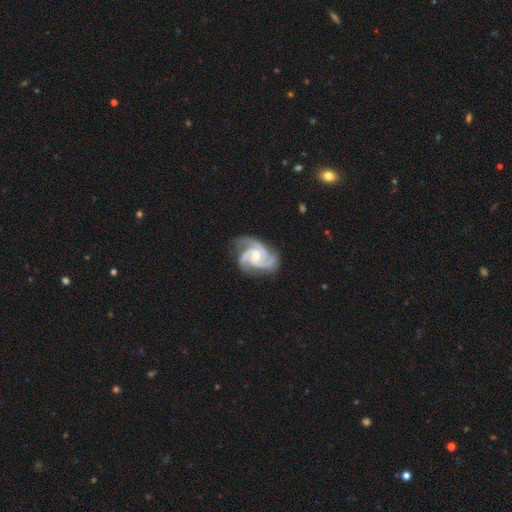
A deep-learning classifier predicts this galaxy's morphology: Smooth or featured: featured or disk — 94% (star or artifact — 3%)
Edge-on disk: no — 98% (yes — 2%)
Bar: no — 65% (weak — 26%)
Spiral arms: yes — 99% (no — 1%)
Spiral winding: tight — 48% (medium — 46%)
Spiral arm count: 3 — 75% (2 — 9%)
Bulge size: moderate — 56% (small — 41%)
Merging: none — 74% (minor disturbance — 18%)